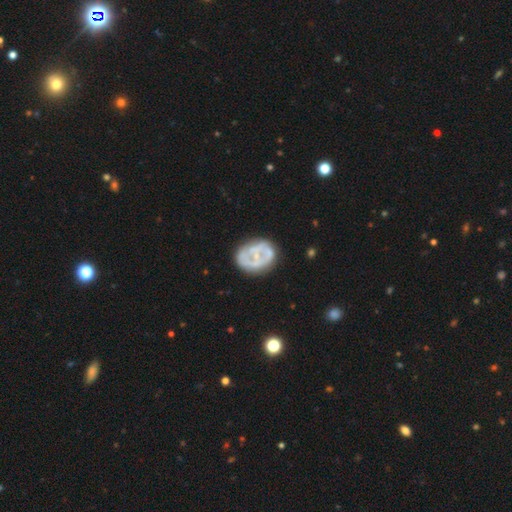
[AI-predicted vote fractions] smooth_or_featured: featured or disk (p=0.63) [alt: smooth p=0.31]
disk_edge_on: no (p=0.97) [alt: yes p=0.03]
bar: no (p=0.67) [alt: weak p=0.22]
has_spiral_arms: no (p=0.65) [alt: yes p=0.35]
bulge_size: small (p=0.43) [alt: none p=0.33]
merging: none (p=0.62) [alt: minor disturbance p=0.22]